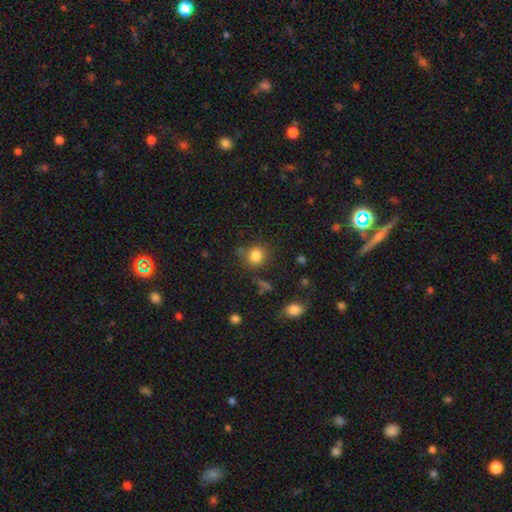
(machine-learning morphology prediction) Q: Smooth or featured?
A: smooth (82%); runner-up: star or artifact (12%)
Q: How rounded?
A: round (71%); runner-up: in between (27%)
Q: Merging?
A: none (74%); runner-up: minor disturbance (16%)